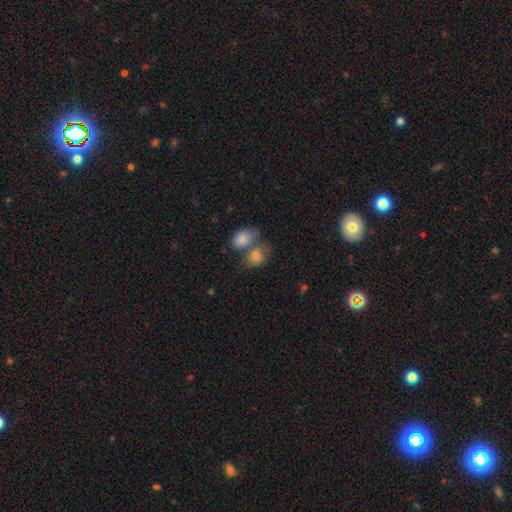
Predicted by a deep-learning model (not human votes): Q: Smooth or featured?
A: smooth (78%); runner-up: featured or disk (14%)
Q: How rounded?
A: in between (66%); runner-up: round (33%)
Q: Merging?
A: merger (58%); runner-up: none (26%)